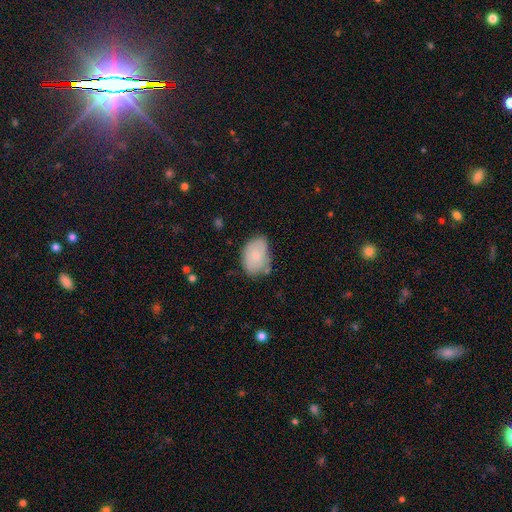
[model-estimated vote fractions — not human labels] smooth 74%, featured or disk 19%, star or artifact 7%. Down the decision tree: how rounded — in between (83%); merging — none (64%).